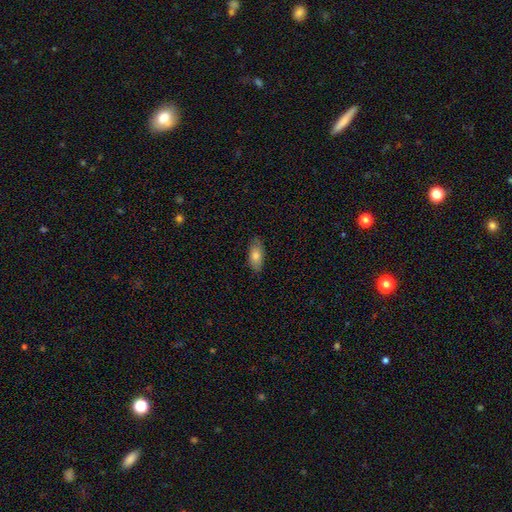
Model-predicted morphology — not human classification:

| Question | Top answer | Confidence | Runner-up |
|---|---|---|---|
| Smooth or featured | smooth | 78% | featured or disk (16%) |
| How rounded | in between | 88% | cigar-shaped (9%) |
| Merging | none | 83% | minor disturbance (14%) |